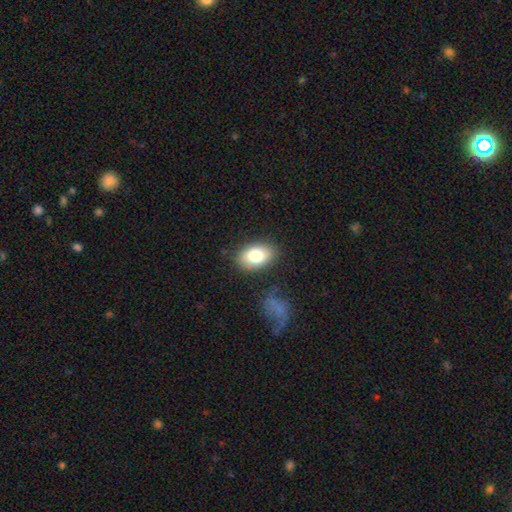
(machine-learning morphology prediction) A smooth galaxy with no disk features (80%) that is in between round and cigar-shaped (87%).

Vote fractions:
- Smooth or featured? smooth: 80% / featured or disk: 12% / star or artifact: 7%
- How rounded? in between: 87% / round: 11% / cigar-shaped: 1%
- Merging? none: 83% / minor disturbance: 12% / major disturbance: 3% / merger: 2%